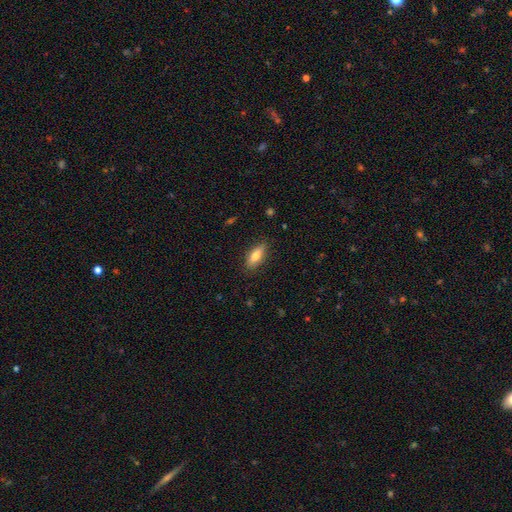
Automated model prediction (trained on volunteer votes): Smooth or featured?
  - smooth: 73% *
  - featured or disk: 20%
  - star or artifact: 7%
How rounded?
  - in between: 66% *
  - cigar-shaped: 31%
  - round: 3%
Merging?
  - none: 85% *
  - minor disturbance: 11%
  - major disturbance: 2%
  - merger: 1%